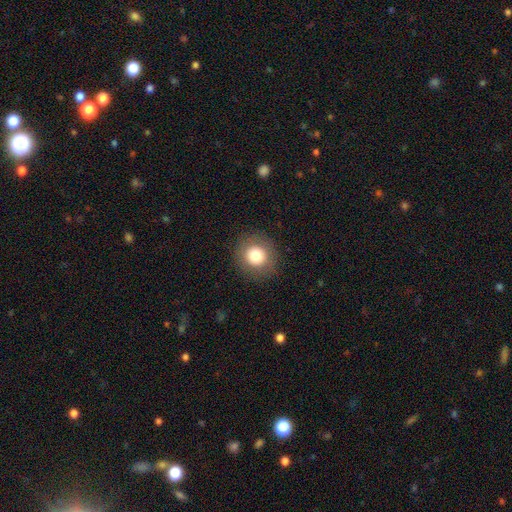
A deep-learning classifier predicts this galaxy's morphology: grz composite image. It shows a smooth galaxy with no disk features (79%) that is round (91%). Merging: none (89%).